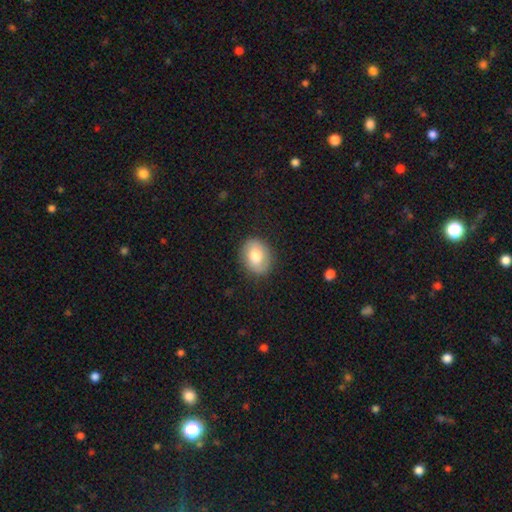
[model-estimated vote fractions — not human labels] A smooth galaxy with no disk features (75%) that is in between round and cigar-shaped (54%).

Vote fractions:
- Smooth or featured? smooth: 75% / featured or disk: 18% / star or artifact: 7%
- How rounded? in between: 54% / round: 45% / cigar-shaped: 1%
- Merging? none: 86% / minor disturbance: 10% / major disturbance: 3% / merger: 1%